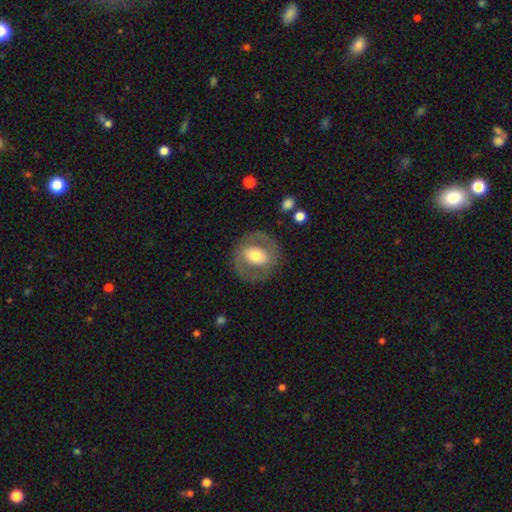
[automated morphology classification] Smooth or featured: featured or disk — 58% (smooth — 36%)
Edge-on disk: no — 95% (yes — 5%)
Bar: no — 44% (weak — 33%)
Spiral arms: no — 56% (yes — 44%)
Bulge size: moderate — 65% (large — 21%)
Merging: none — 80% (minor disturbance — 11%)